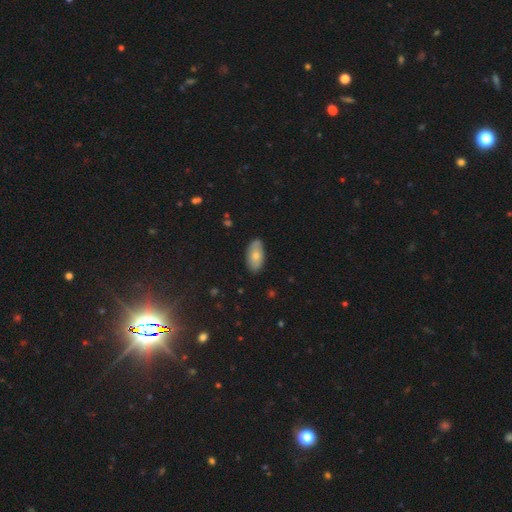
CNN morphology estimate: type=smooth (72%); roundness=in between (92%); merging=none (82%).